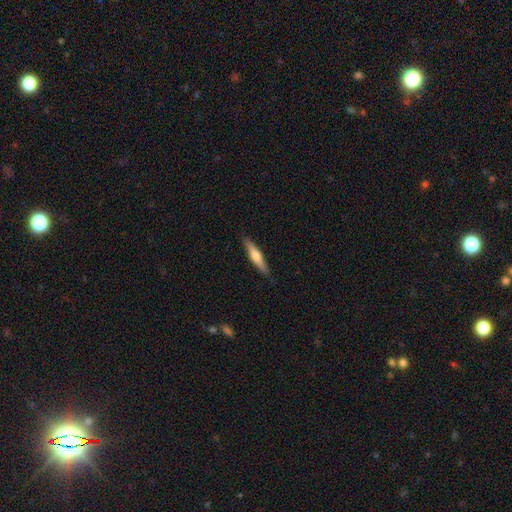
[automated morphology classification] A featured or disk galaxy (48%).

Vote fractions:
- Smooth or featured? featured or disk: 48% / smooth: 47% / star or artifact: 5%
- Merging? none: 88% / minor disturbance: 9% / major disturbance: 2% / merger: 1%